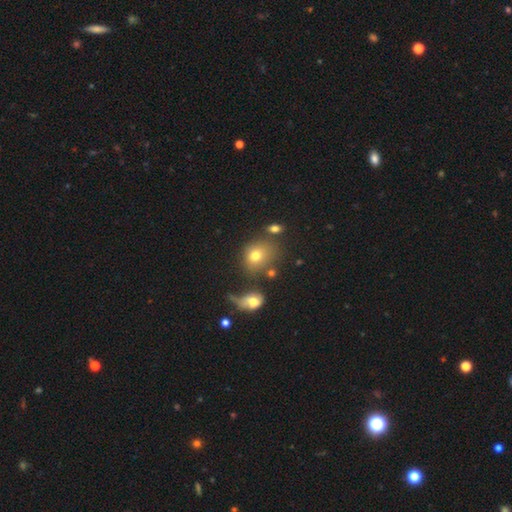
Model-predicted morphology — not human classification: Overall: smooth (73%). How rounded: round (58%; in between 40%). Merging: none (47%; merger 20%).